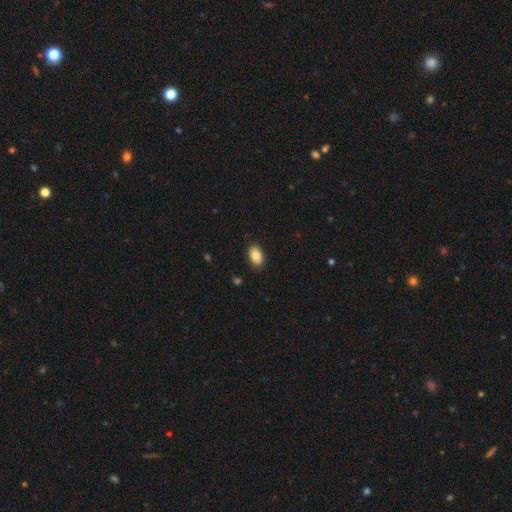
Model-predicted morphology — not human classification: A smooth galaxy with no disk features (86%) that is in between round and cigar-shaped (92%). Merging: none (88%).